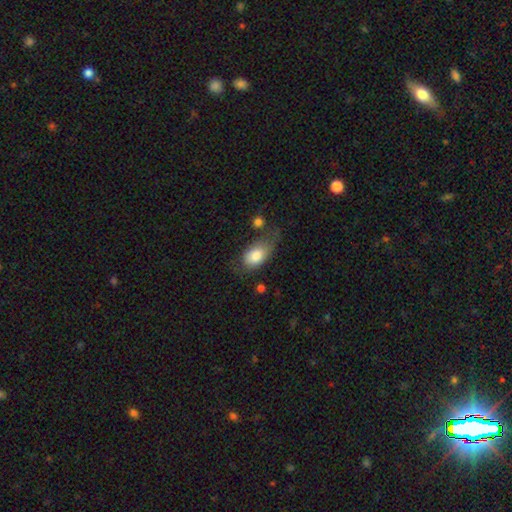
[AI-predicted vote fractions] Smooth or featured: smooth — 81% (featured or disk — 13%)
How rounded: in between — 88% (round — 10%)
Merging: none — 40% (minor disturbance — 32%)